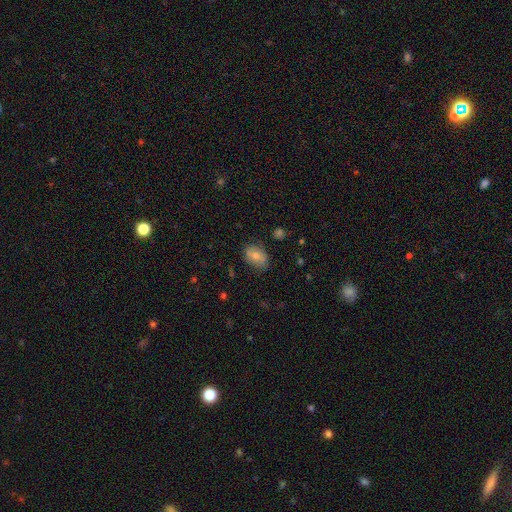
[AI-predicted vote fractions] smooth-or-featured: smooth: 69% | featured or disk: 22% | star or artifact: 9%
  how-rounded: in between: 76% | round: 23% | cigar-shaped: 1%
  merging: none: 75% | minor disturbance: 19% | major disturbance: 4% | merger: 1%